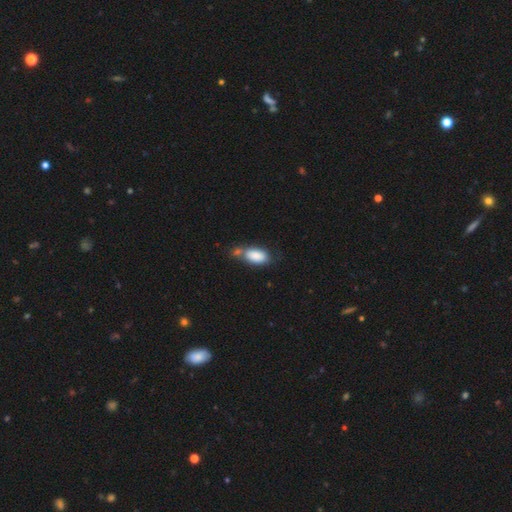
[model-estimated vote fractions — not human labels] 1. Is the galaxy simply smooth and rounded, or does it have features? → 85% smooth, 8% featured or disk, 7% star or artifact.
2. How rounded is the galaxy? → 91% in between, 5% cigar-shaped, 4% round.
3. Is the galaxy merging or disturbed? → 42% none, 30% merger, 21% minor disturbance, 7% major disturbance.